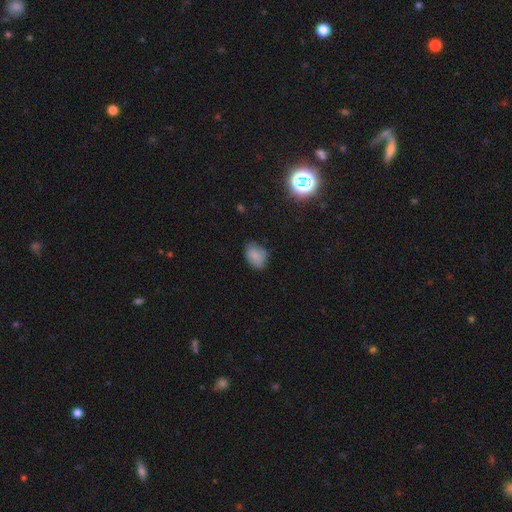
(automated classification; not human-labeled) Smooth or featured? smooth (80%)
How rounded? in between (77%)
Merging? none (68%)